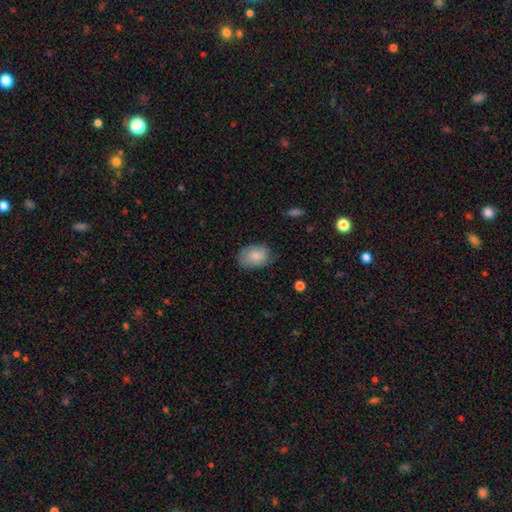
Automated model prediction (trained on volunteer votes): Smooth or featured? smooth (78%)
How rounded? in between (77%)
Merging? none (68%)